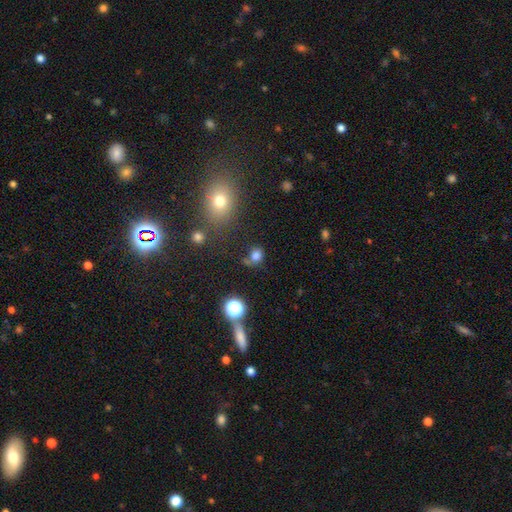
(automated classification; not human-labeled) A smooth galaxy with no disk features (76%) that is round (64%). Merging: none (61%).